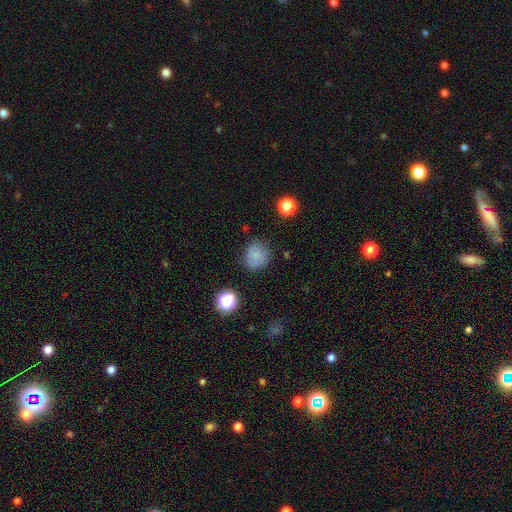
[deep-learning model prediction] Morphology: type=smooth (80%); roundness=round (83%); merging=none (77%).